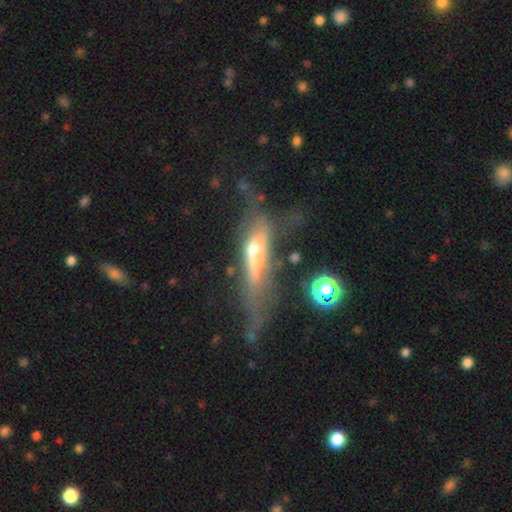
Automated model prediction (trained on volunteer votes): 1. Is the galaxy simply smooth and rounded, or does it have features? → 61% featured or disk, 30% smooth, 9% star or artifact.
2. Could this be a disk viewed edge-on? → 67% yes, 33% no.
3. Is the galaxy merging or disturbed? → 39% major disturbance, 28% none, 25% minor disturbance, 9% merger.